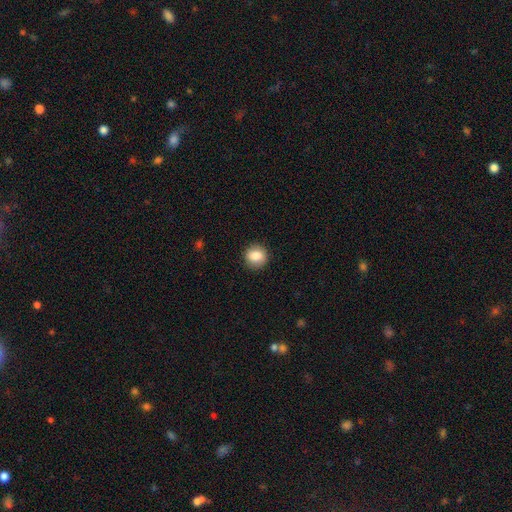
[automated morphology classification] smooth-or-featured: smooth: 85% | star or artifact: 9% | featured or disk: 7%
  how-rounded: round: 87% | in between: 12% | cigar-shaped: 1%
  merging: none: 90% | minor disturbance: 7% | major disturbance: 2% | merger: 1%